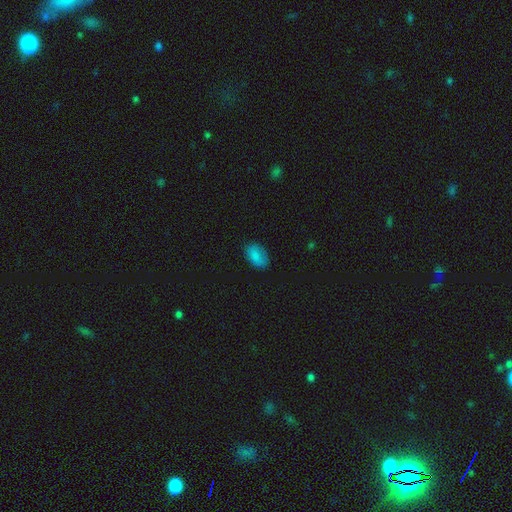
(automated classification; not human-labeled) Morphology: type=smooth (84%); roundness=in between (90%); merging=none (76%).